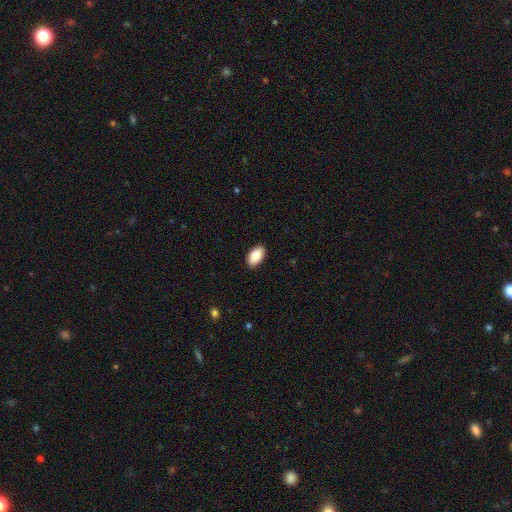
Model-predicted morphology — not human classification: smooth 86%, featured or disk 8%, star or artifact 7%. Down the decision tree: how rounded — in between (95%); merging — none (90%).